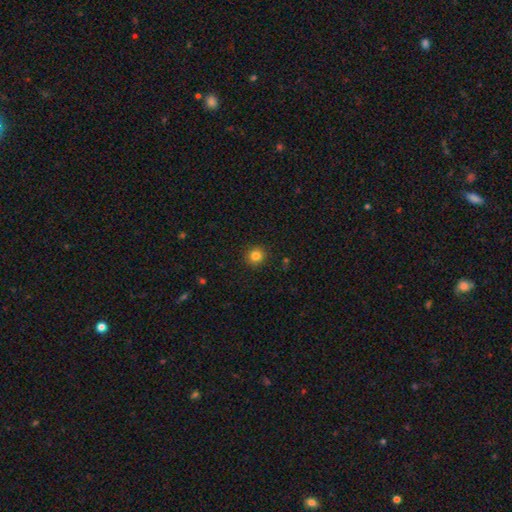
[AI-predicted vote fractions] Smooth or featured? smooth (83%)
How rounded? round (94%)
Merging? none (92%)